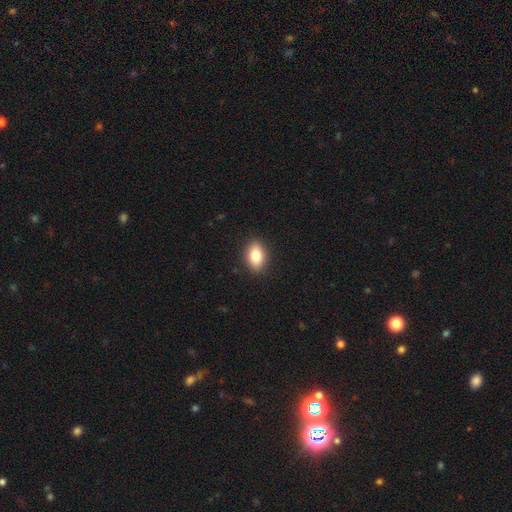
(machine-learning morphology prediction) A smooth galaxy with no disk features (82%) that is in between round and cigar-shaped (83%).

Vote fractions:
- Smooth or featured? smooth: 82% / featured or disk: 10% / star or artifact: 8%
- How rounded? in between: 83% / round: 15% / cigar-shaped: 2%
- Merging? none: 90% / minor disturbance: 7% / major disturbance: 2% / merger: 1%